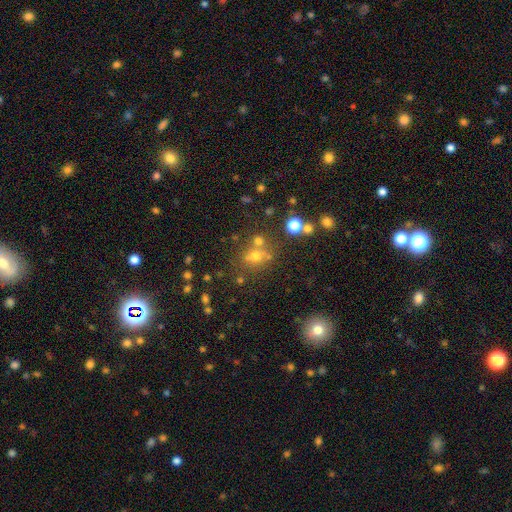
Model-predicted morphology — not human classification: A smooth galaxy with no disk features (59%) that is round (65%). Merging: none (55%).